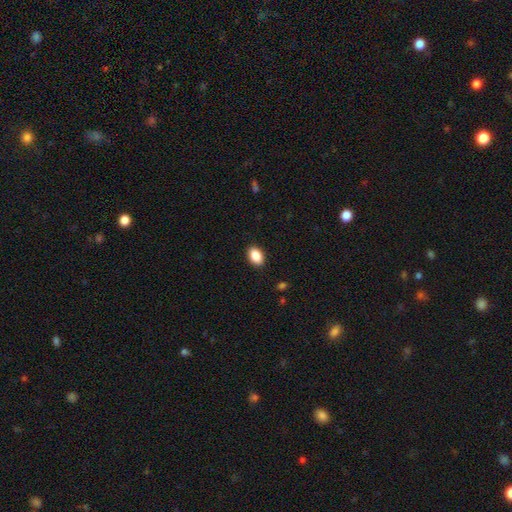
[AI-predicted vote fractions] Overall: smooth (89%). How rounded: in between (90%). Merging: none (90%).